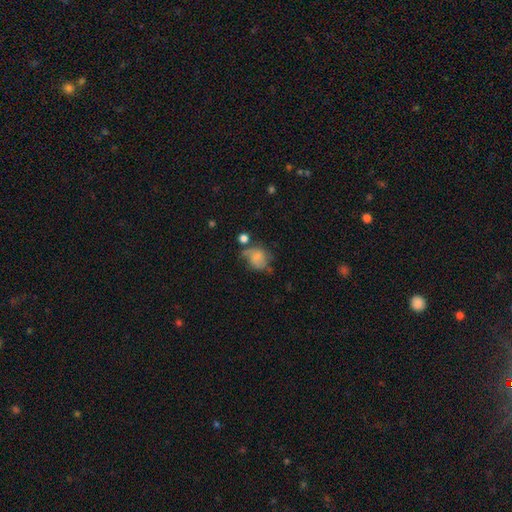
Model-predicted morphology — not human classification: smooth_or_featured: smooth (p=0.56) [alt: featured or disk p=0.33]
how_rounded: round (p=0.56) [alt: in between p=0.43]
merging: none (p=0.37) [alt: minor disturbance p=0.29]